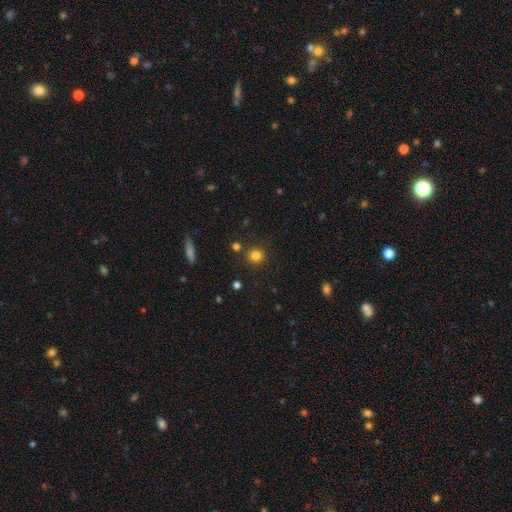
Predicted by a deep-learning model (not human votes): Smooth or featured? Predicted: smooth (p=0.82). How rounded? Predicted: round (p=0.89). Merging? Predicted: none (p=0.85).